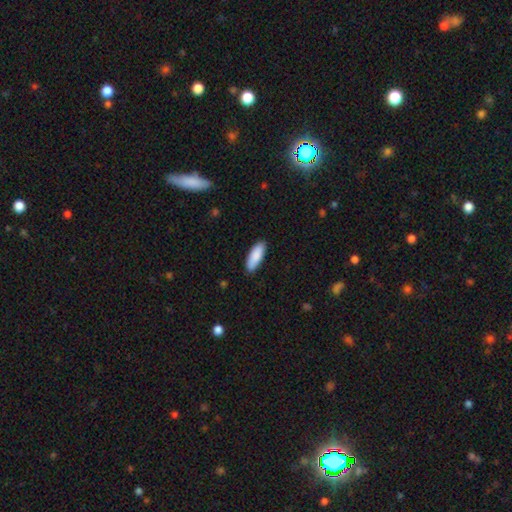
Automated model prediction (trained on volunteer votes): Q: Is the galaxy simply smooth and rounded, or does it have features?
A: smooth — 89%.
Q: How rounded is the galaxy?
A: in between — 67%.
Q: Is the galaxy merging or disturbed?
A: none — 89%.